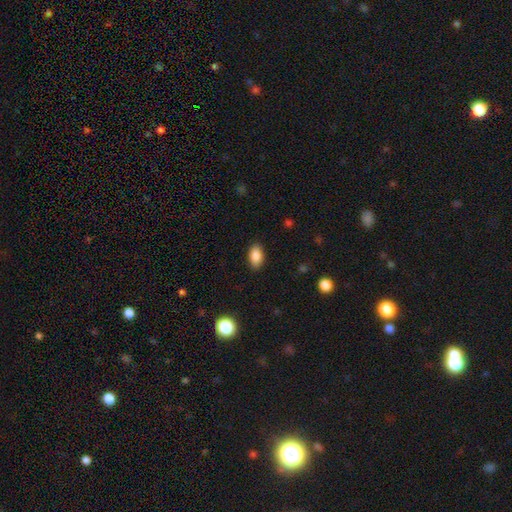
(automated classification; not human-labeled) A smooth galaxy with no disk features (87%) that is in between round and cigar-shaped (92%).

Vote fractions:
- Smooth or featured? smooth: 87% / star or artifact: 8% / featured or disk: 5%
- How rounded? in between: 92% / round: 5% / cigar-shaped: 3%
- Merging? none: 88% / minor disturbance: 9% / major disturbance: 2% / merger: 1%